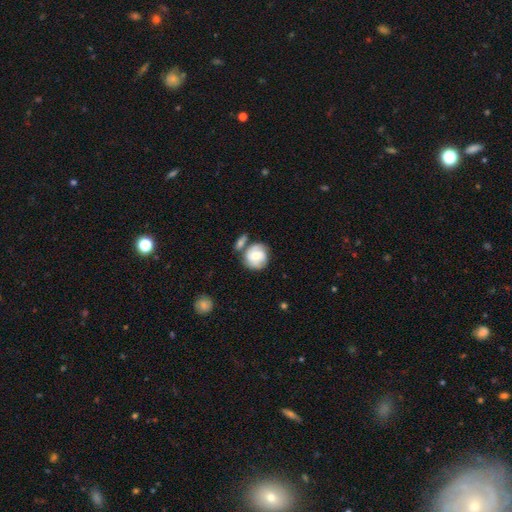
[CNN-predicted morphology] This is possibly a smooth galaxy (48%). Merging: possibly none (50%).